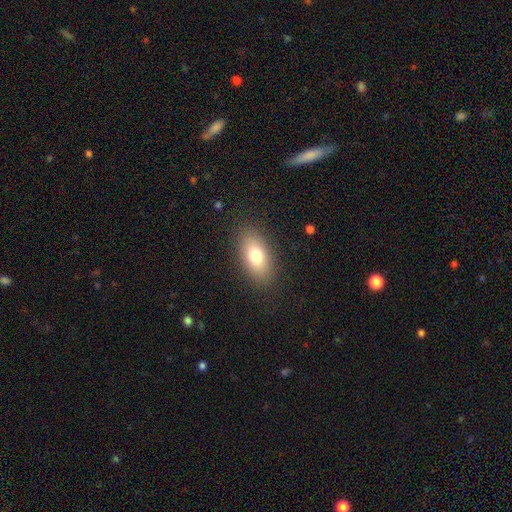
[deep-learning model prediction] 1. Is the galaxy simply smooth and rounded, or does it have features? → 75% smooth, 16% featured or disk, 9% star or artifact.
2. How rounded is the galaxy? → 89% in between, 7% round, 4% cigar-shaped.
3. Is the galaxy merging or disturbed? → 86% none, 9% minor disturbance, 4% major disturbance, 1% merger.